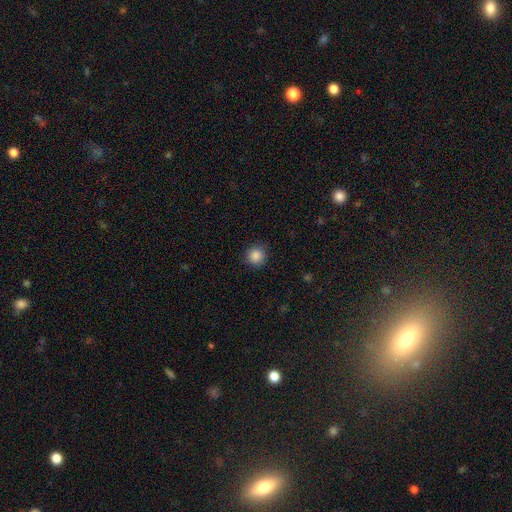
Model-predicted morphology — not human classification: Overall: smooth (87%). How rounded: round (94%). Merging: none (89%).